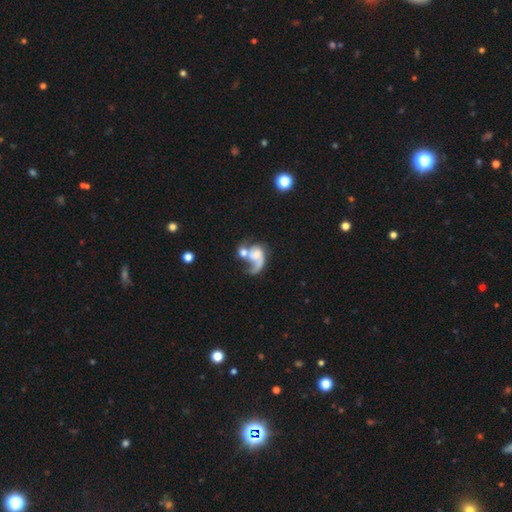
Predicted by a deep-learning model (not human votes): Smooth or featured? Predicted: featured or disk (p=0.60). Edge-on disk? Predicted: no (p=0.98). Bar? Predicted: no (p=0.74). Spiral arms? Predicted: yes (p=0.73). Bulge size? Predicted: moderate (p=0.28). Merging? Predicted: merger (p=0.48).